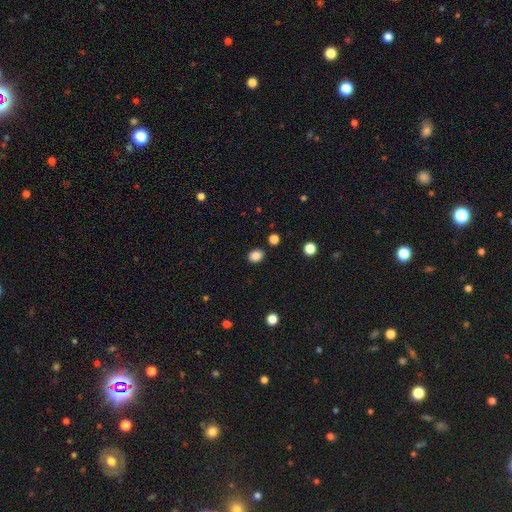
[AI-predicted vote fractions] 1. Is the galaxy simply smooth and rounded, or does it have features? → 85% smooth, 11% star or artifact, 4% featured or disk.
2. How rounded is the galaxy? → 53% in between, 46% round, 1% cigar-shaped.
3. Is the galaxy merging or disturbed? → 87% none, 8% minor disturbance, 3% merger, 2% major disturbance.